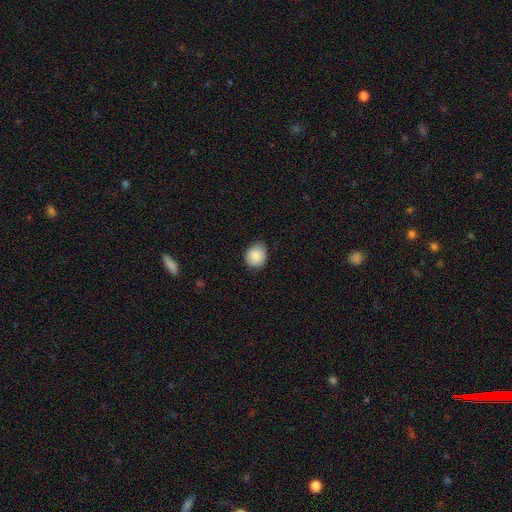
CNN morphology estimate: Smooth or featured: smooth — 87% (star or artifact — 8%)
How rounded: round — 73% (in between — 26%)
Merging: none — 77% (minor disturbance — 19%)